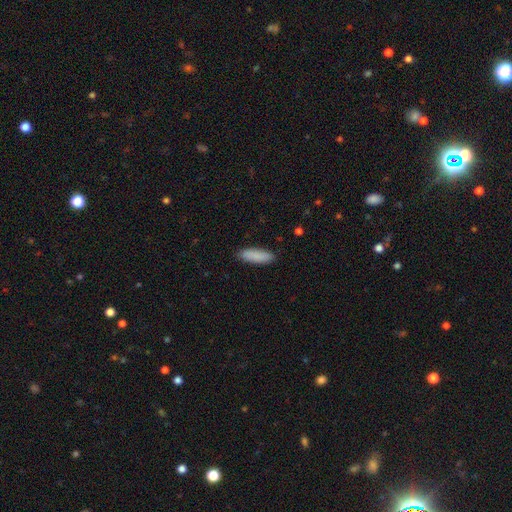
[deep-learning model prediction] Q: Smooth or featured?
A: smooth (89%); runner-up: star or artifact (6%)
Q: How rounded?
A: in between (51%); runner-up: cigar-shaped (47%)
Q: Merging?
A: none (89%); runner-up: minor disturbance (9%)